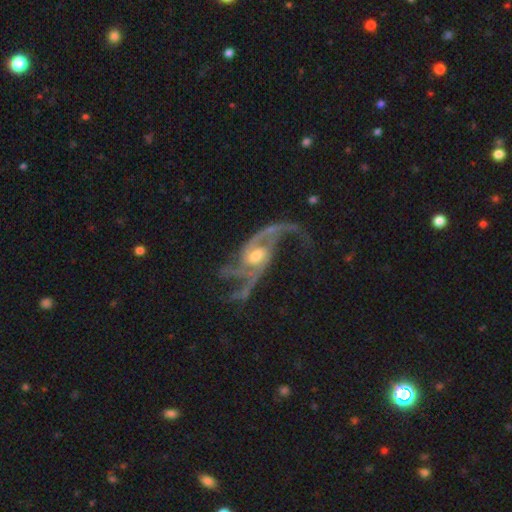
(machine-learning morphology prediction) featured or disk 91%, star or artifact 5%, smooth 4%. Down the decision tree: edge-on disk — no (96%); bar — weak (46%); spiral arms — yes (97%); spiral arm count — 2 (77%); spiral winding — loose (71%); bulge size — moderate (59%); merging — none (56%).